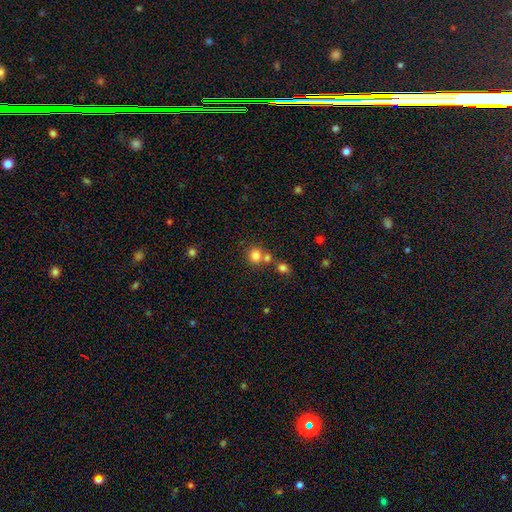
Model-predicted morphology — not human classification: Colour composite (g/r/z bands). It shows a smooth galaxy with no disk features (79%) that is round (88%). Merging: none (57%).